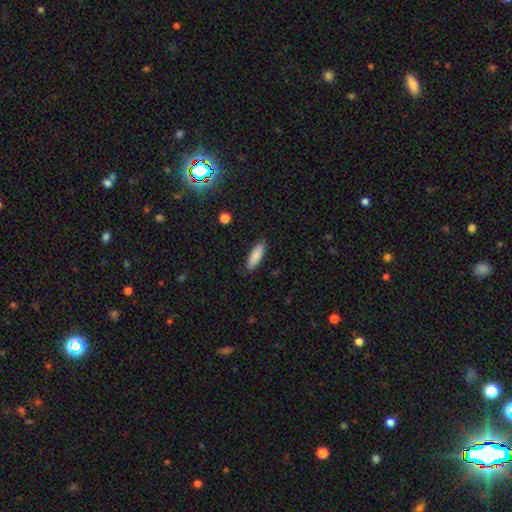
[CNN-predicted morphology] A smooth galaxy with no disk features (87%) that is in between round and cigar-shaped (53%). Merging: none (87%).